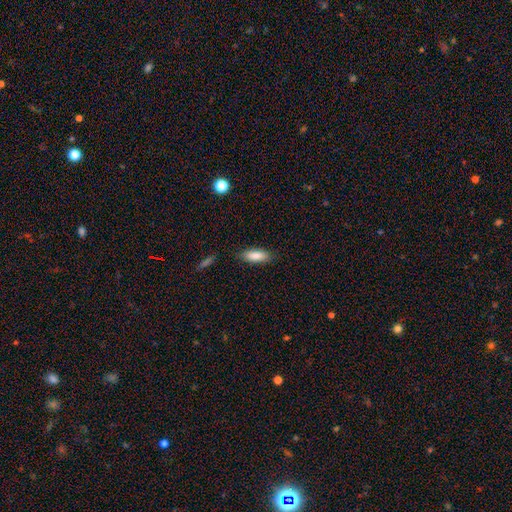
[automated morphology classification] Q: Smooth or featured?
A: smooth (85%); runner-up: featured or disk (9%)
Q: How rounded?
A: in between (70%); runner-up: cigar-shaped (28%)
Q: Merging?
A: none (84%); runner-up: minor disturbance (12%)